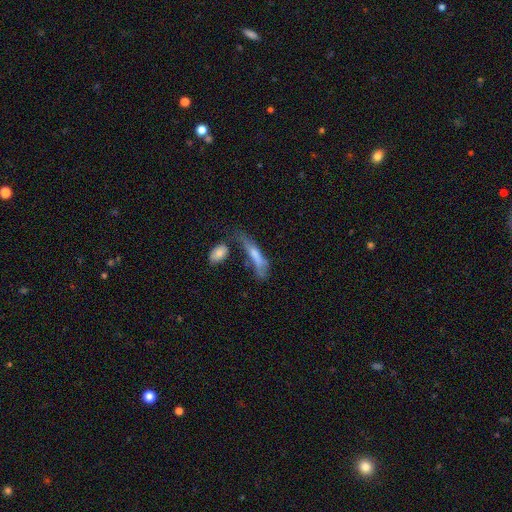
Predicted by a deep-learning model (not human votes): Smooth or featured? Predicted: smooth (p=0.61). How rounded? Predicted: cigar-shaped (p=0.71). Merging? Predicted: none (p=0.32).